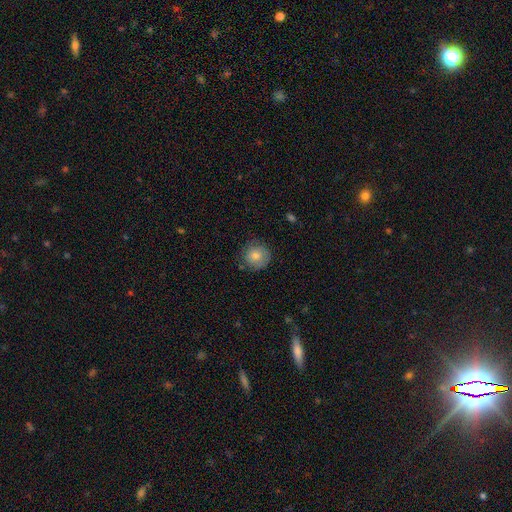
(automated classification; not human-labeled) Smooth or featured? Predicted: smooth (p=0.76). How rounded? Predicted: round (p=0.92). Merging? Predicted: none (p=0.77).